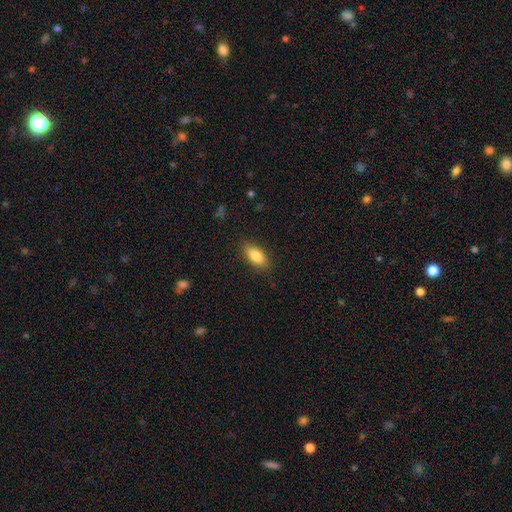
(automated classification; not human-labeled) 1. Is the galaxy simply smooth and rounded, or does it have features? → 83% smooth, 10% featured or disk, 7% star or artifact.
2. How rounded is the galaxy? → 84% in between, 13% cigar-shaped, 3% round.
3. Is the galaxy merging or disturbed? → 85% none, 11% minor disturbance, 3% major disturbance, 1% merger.